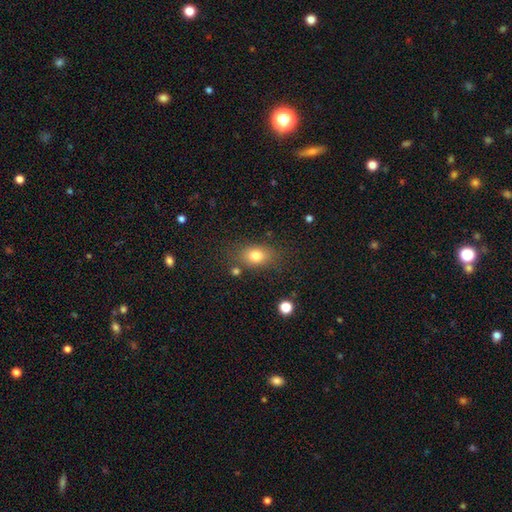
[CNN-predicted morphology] The model was most divided on "how rounded": in between: 70%, round: 28%, cigar-shaped: 2%. More confident: smooth or featured — smooth (79%); merging — none (76%).